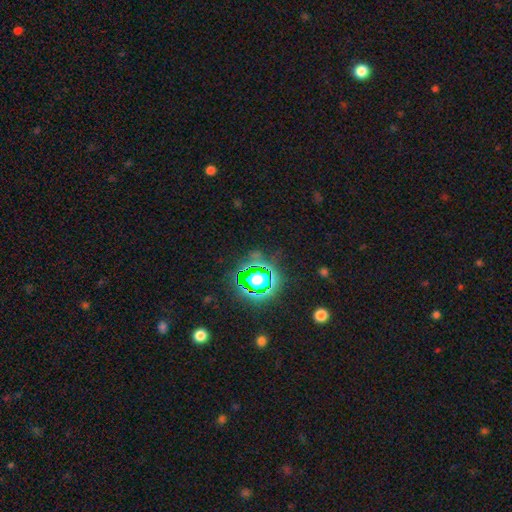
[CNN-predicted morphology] star or artifact 73%, smooth 17%, featured or disk 9%.